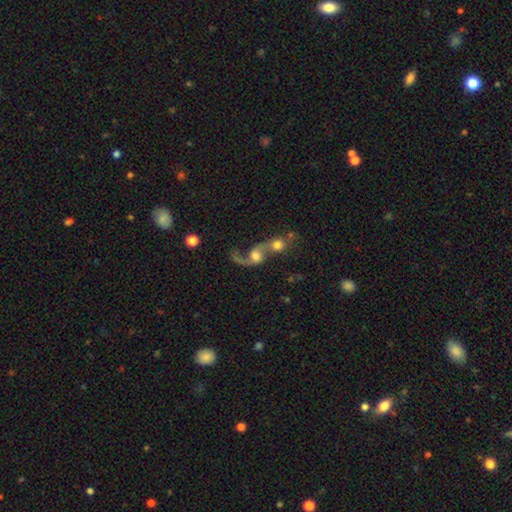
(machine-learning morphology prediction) smooth_or_featured: featured or disk (p=0.59) [alt: smooth p=0.30]
disk_edge_on: no (p=0.95) [alt: yes p=0.05]
bar: no (p=0.65) [alt: weak p=0.28]
has_spiral_arms: yes (p=0.80) [alt: no p=0.20]
bulge_size: moderate (p=0.38) [alt: large p=0.31]
merging: merger (p=0.73) [alt: none p=0.12]